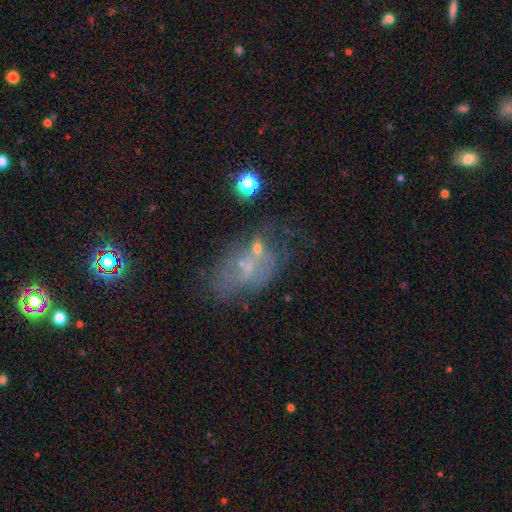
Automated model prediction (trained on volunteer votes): Morphology: type=featured or disk (54%); edge-on=no (96%); bar=no (76%); spiral arms=no (67%); bulge=small (52%); merging=none (37%).